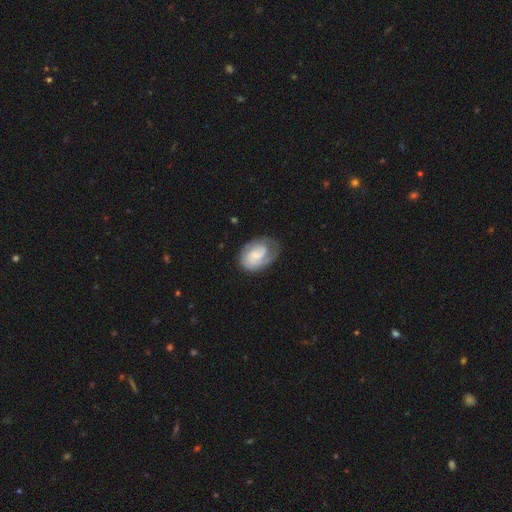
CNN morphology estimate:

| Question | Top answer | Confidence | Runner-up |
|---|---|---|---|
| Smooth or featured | featured or disk | 53% | smooth (40%) |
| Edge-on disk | no | 97% | yes (3%) |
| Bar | no | 55% | weak (36%) |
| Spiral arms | yes | 79% | no (21%) |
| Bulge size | small | 36% | none (35%) |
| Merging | none | 52% | minor disturbance (28%) |